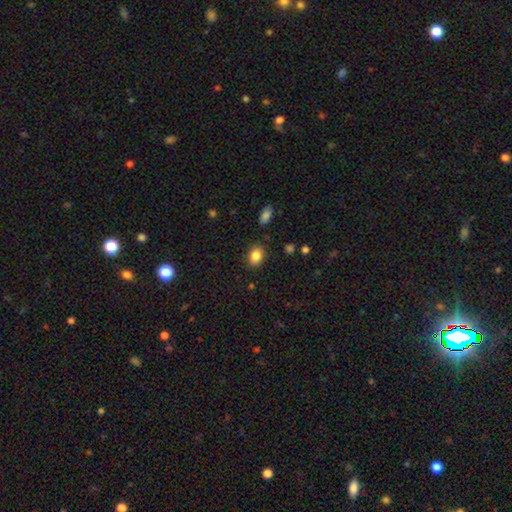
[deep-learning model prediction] Overall: smooth (85%). How rounded: in between (75%). Merging: none (84%).